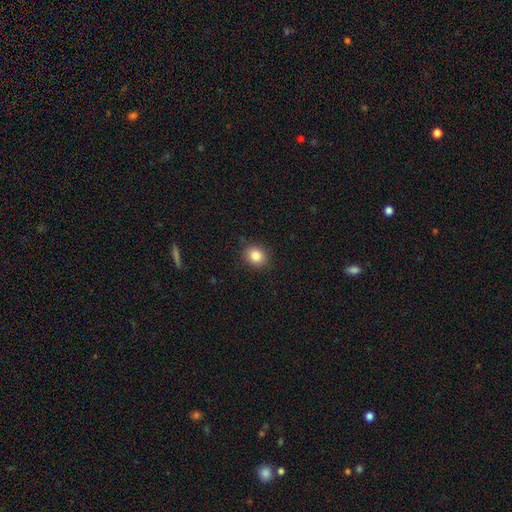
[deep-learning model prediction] Smooth or featured? Predicted: smooth (p=0.85). How rounded? Predicted: round (p=0.65). Merging? Predicted: none (p=0.86).